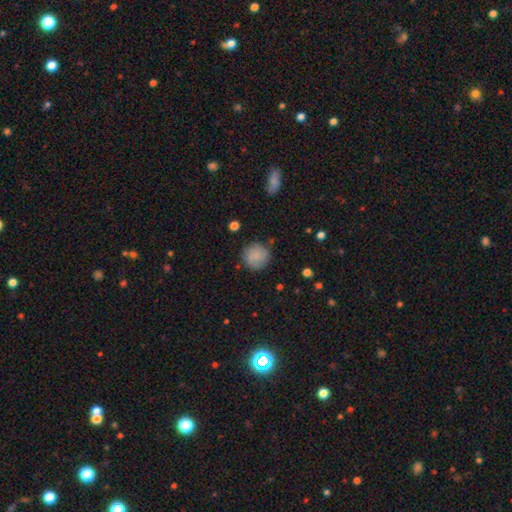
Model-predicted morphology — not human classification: smooth_or_featured: smooth (p=0.83) [alt: featured or disk p=0.09]
how_rounded: round (p=0.94) [alt: in between p=0.05]
merging: none (p=0.83) [alt: minor disturbance p=0.12]